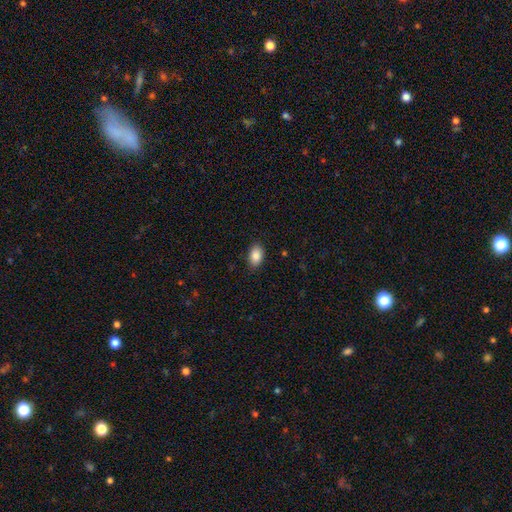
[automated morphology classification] A smooth galaxy with no disk features (88%) that is in between round and cigar-shaped (89%). Merging: none (87%).